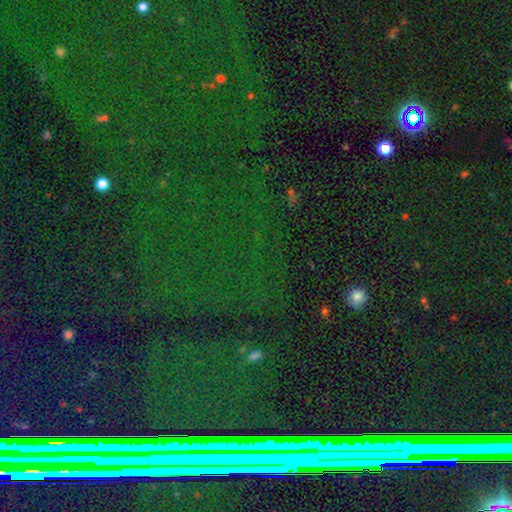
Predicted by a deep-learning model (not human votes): A star or artifact, not a galaxy (83%).

Vote fractions:
- Smooth or featured? star or artifact: 83% / smooth: 9% / featured or disk: 8%